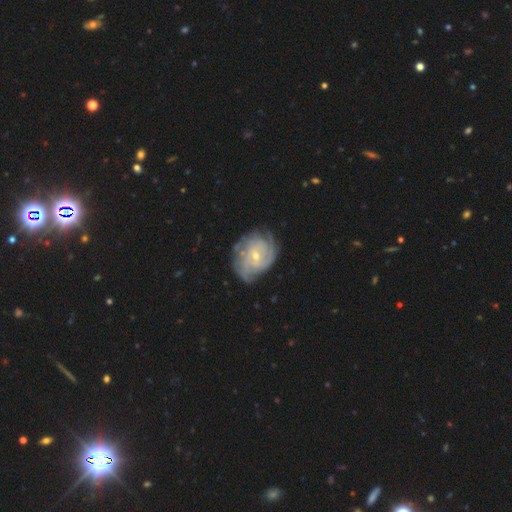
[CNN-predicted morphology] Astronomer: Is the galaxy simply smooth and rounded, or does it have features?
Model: featured or disk — 82%.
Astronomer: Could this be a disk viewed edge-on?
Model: no — 97%.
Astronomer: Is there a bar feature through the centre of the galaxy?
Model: no — 64%.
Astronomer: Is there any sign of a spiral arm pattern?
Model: yes — 92%.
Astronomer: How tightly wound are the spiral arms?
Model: tight — 68%.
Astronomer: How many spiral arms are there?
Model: can't tell — 41% (runner-up: 3, 17%).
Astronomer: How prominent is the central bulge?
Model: small — 65%.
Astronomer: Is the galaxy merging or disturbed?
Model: none — 67%.